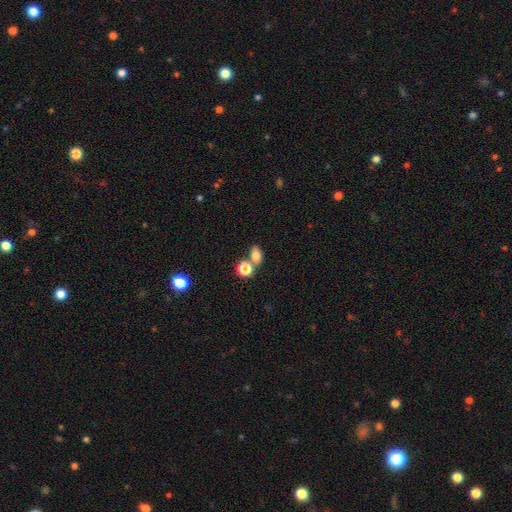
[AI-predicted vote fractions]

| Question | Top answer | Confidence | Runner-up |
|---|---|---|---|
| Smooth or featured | smooth | 78% | star or artifact (13%) |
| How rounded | in between | 71% | round (27%) |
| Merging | none | 53% | merger (31%) |